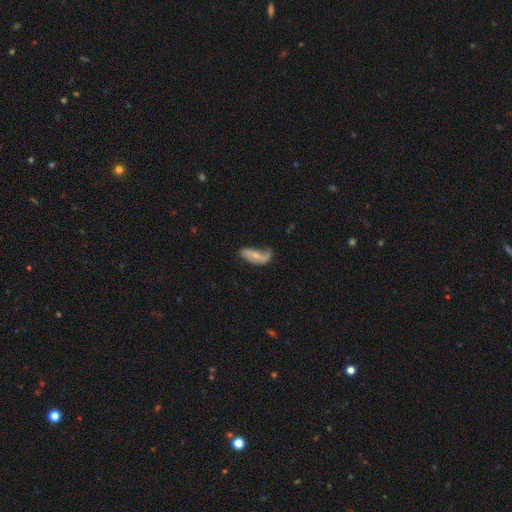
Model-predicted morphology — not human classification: Q: Smooth or featured?
A: featured or disk (59%); runner-up: smooth (34%)
Q: Edge-on disk?
A: no (90%); runner-up: yes (10%)
Q: Bar?
A: no (50%); runner-up: weak (31%)
Q: Spiral arms?
A: yes (76%); runner-up: no (24%)
Q: Bulge size?
A: small (57%); runner-up: moderate (32%)
Q: Merging?
A: none (33%); runner-up: major disturbance (31%)